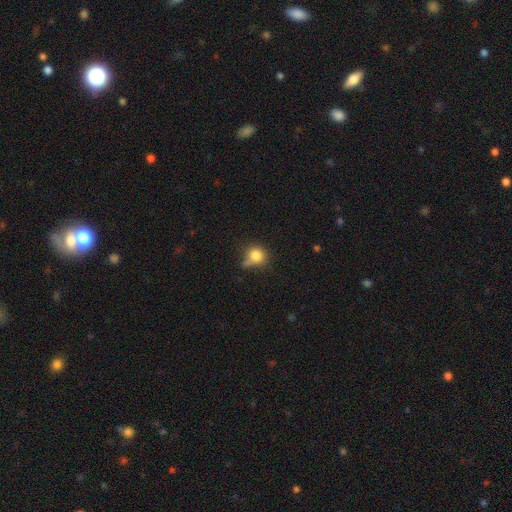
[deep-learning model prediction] This appears to be a smooth galaxy with no disk features (81%) that is round (81%). Merging: none (52%).